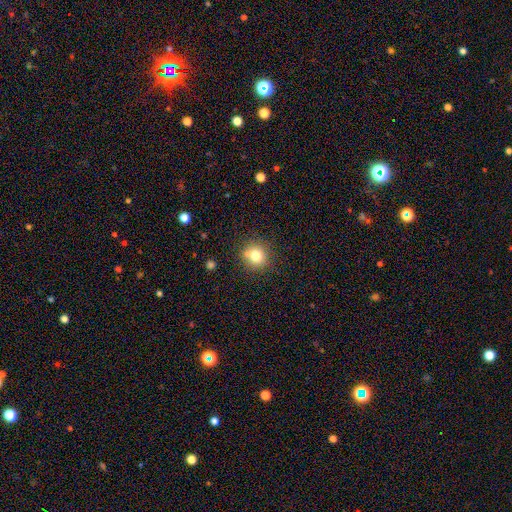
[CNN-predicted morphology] Smooth or featured?
  - smooth: 78% *
  - star or artifact: 13%
  - featured or disk: 9%
How rounded?
  - round: 90% *
  - in between: 9%
  - cigar-shaped: 1%
Merging?
  - none: 81% *
  - minor disturbance: 12%
  - merger: 4%
  - major disturbance: 3%